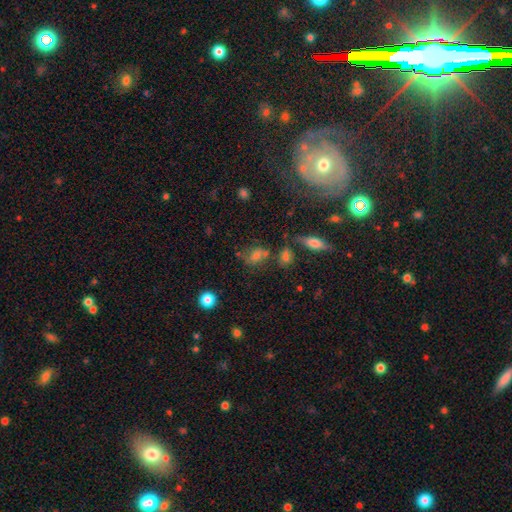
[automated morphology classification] Smooth or featured? smooth (63%)
How rounded? in between (67%)
Merging? none (51%)